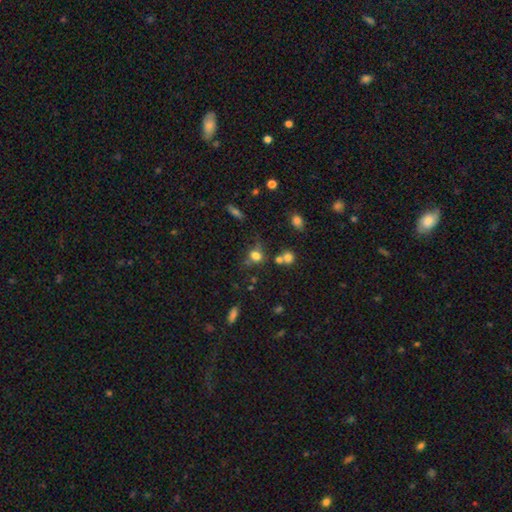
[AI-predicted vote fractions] Smooth or featured: smooth — 73% (star or artifact — 17%)
How rounded: round — 67% (in between — 31%)
Merging: none — 52% (merger — 22%)